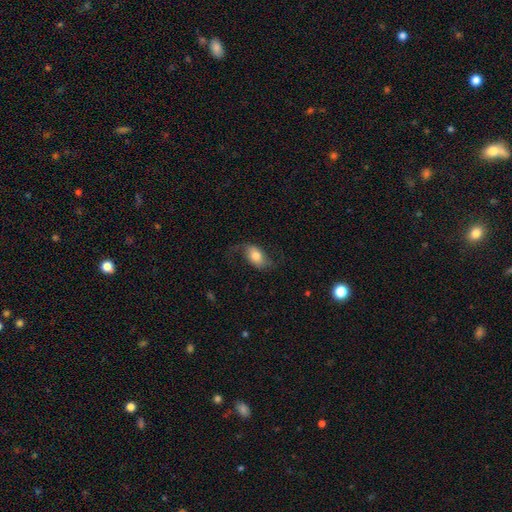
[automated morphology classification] type=featured or disk (48%); merging=none (62%).